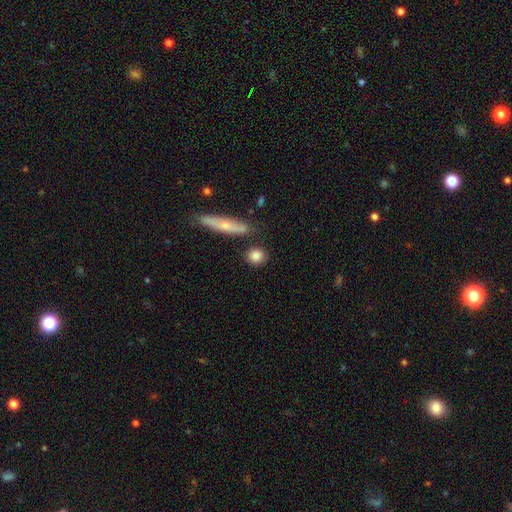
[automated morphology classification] smooth_or_featured: smooth (p=0.83) [alt: featured or disk p=0.10]
how_rounded: round (p=0.79) [alt: in between p=0.16]
merging: none (p=0.82) [alt: minor disturbance p=0.09]